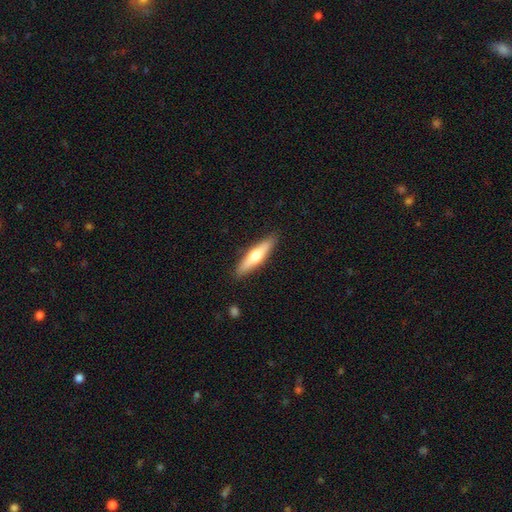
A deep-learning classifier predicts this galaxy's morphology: Smooth or featured?
  - smooth: 51% *
  - featured or disk: 44%
  - star or artifact: 5%
How rounded?
  - cigar-shaped: 80% *
  - in between: 18%
  - round: 2%
Merging?
  - none: 89% *
  - minor disturbance: 8%
  - major disturbance: 2%
  - merger: 1%